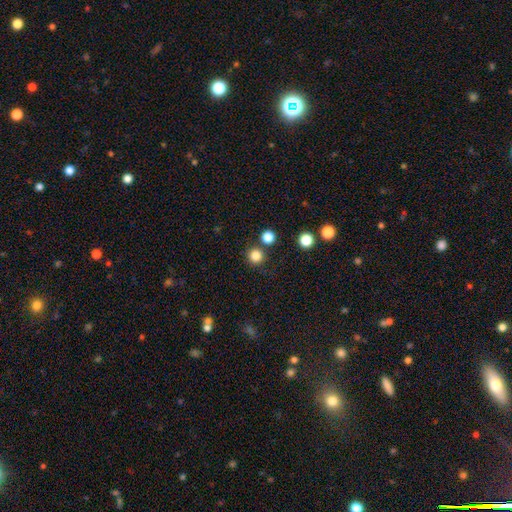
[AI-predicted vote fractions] Overall: smooth (83%). How rounded: round (95%). Merging: none (87%).